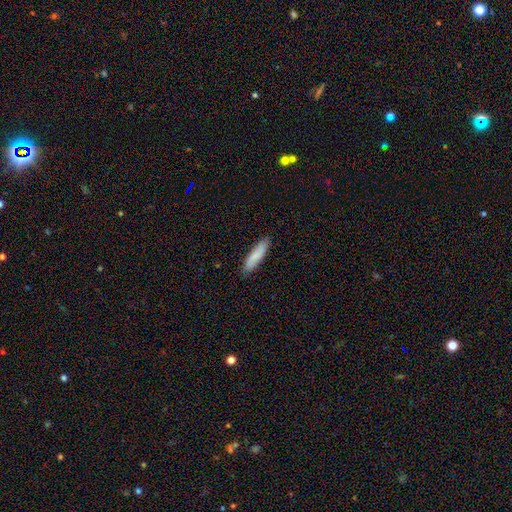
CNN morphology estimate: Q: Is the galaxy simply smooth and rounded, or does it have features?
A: smooth — 82%.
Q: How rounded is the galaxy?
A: cigar-shaped — 76%.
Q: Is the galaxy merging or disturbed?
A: none — 88%.